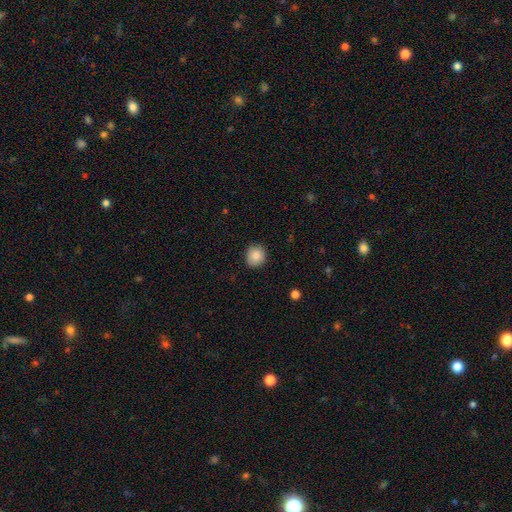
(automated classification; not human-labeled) smooth_or_featured: smooth (p=0.86) [alt: star or artifact p=0.09]
how_rounded: round (p=0.88) [alt: in between p=0.11]
merging: none (p=0.87) [alt: minor disturbance p=0.09]